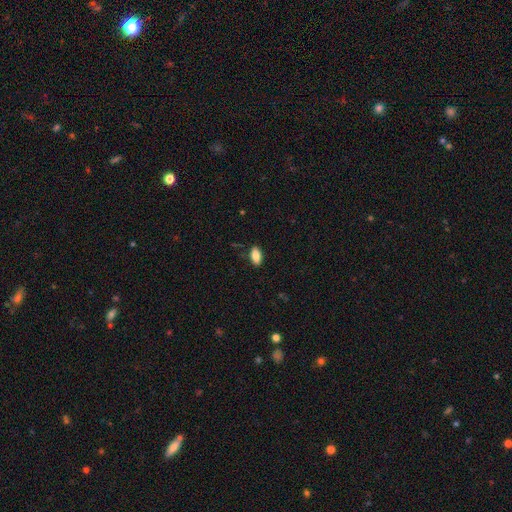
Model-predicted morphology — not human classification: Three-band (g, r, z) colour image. It shows a smooth galaxy with no disk features (83%) that is in between round and cigar-shaped (89%). Merging: none (85%).